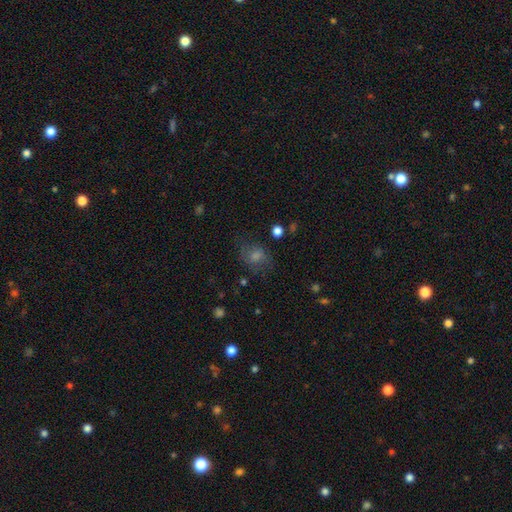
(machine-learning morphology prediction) Q: Smooth or featured?
A: smooth (50%); runner-up: star or artifact (26%)
Q: Merging?
A: none (68%); runner-up: minor disturbance (19%)